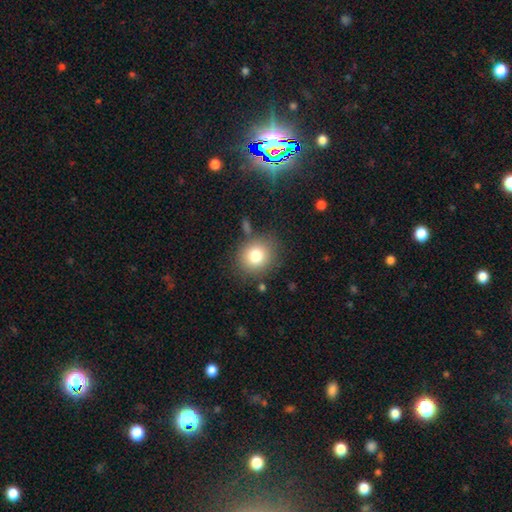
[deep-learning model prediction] Overall: smooth (79%). How rounded: round (79%). Merging: none (79%).